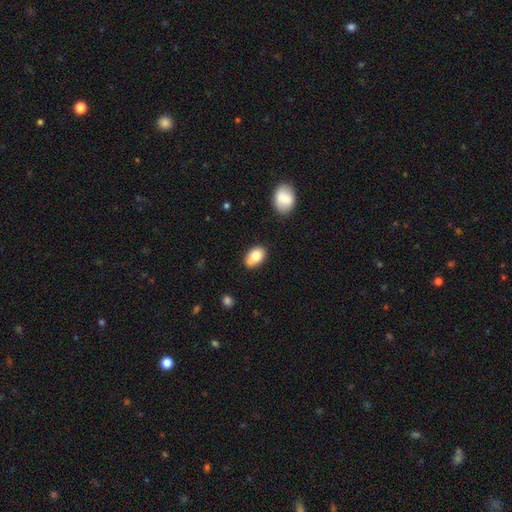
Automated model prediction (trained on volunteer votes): smooth_or_featured: smooth (p=0.79) [alt: featured or disk p=0.13]
how_rounded: in between (p=0.84) [alt: round p=0.15]
merging: none (p=0.61) [alt: minor disturbance p=0.23]